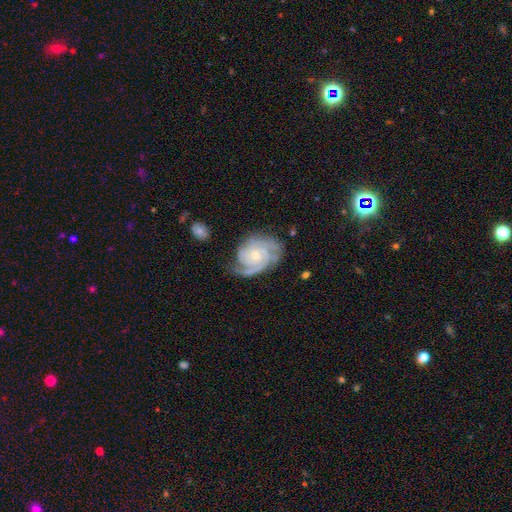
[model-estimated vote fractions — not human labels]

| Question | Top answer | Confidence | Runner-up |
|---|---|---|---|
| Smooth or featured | featured or disk | 89% | smooth (7%) |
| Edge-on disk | no | 97% | yes (3%) |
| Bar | no | 73% | weak (23%) |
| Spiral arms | yes | 98% | no (2%) |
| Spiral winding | tight | 65% | medium (30%) |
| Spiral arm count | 3 | 38% | 2 (24%) |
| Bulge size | small | 65% | moderate (31%) |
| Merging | none | 67% | minor disturbance (21%) |